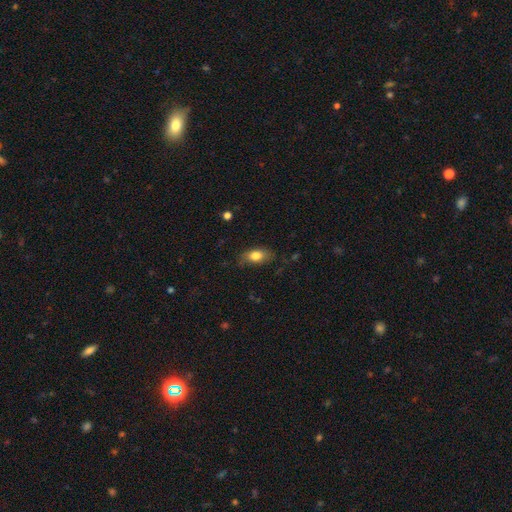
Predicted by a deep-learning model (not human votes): Smooth or featured? smooth (79%)
How rounded? in between (85%)
Merging? none (73%)